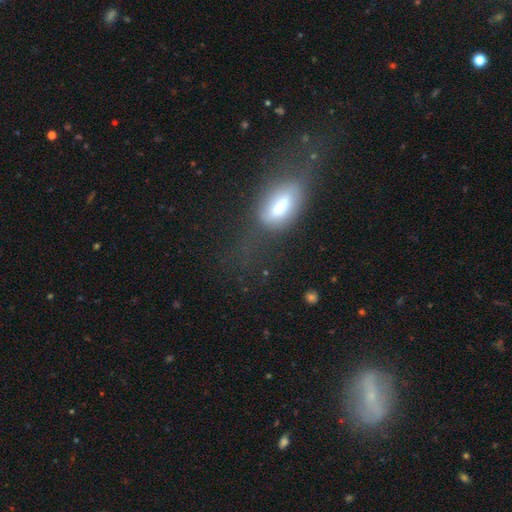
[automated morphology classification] This appears to be a smooth galaxy with no disk features (50%) that is in between round and cigar-shaped (75%). Merging: none (47%).